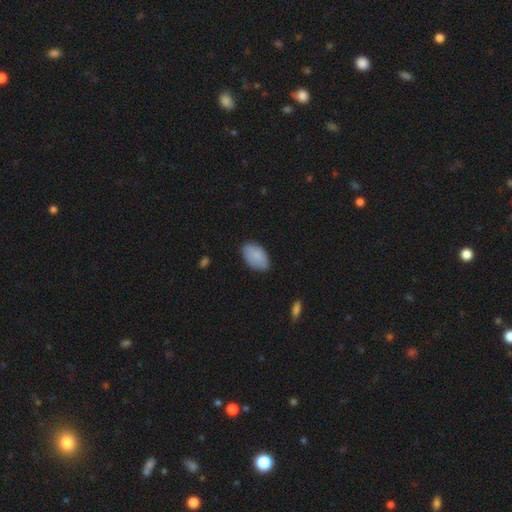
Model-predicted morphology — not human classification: Smooth or featured? Predicted: smooth (p=0.87). How rounded? Predicted: in between (p=0.94). Merging? Predicted: none (p=0.82).